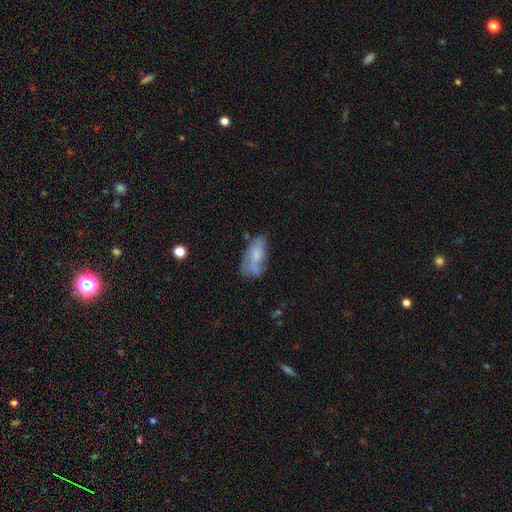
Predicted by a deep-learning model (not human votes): This appears to be a smooth galaxy with no disk features (63%) that is in between round and cigar-shaped (85%). Merging: none (39%).